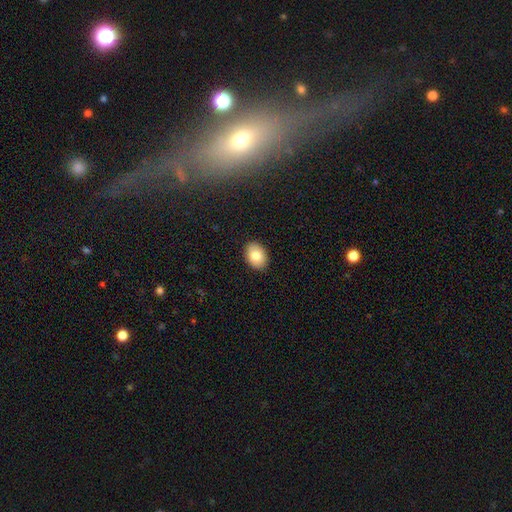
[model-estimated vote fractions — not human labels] Smooth or featured? Predicted: smooth (p=0.78). How rounded? Predicted: in between (p=0.76). Merging? Predicted: none (p=0.90).